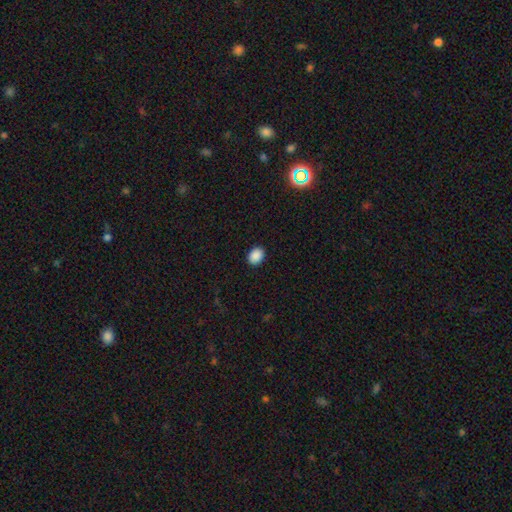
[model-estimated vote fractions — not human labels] Q: Smooth or featured?
A: smooth (89%); runner-up: star or artifact (8%)
Q: How rounded?
A: in between (58%); runner-up: round (41%)
Q: Merging?
A: none (91%); runner-up: minor disturbance (7%)